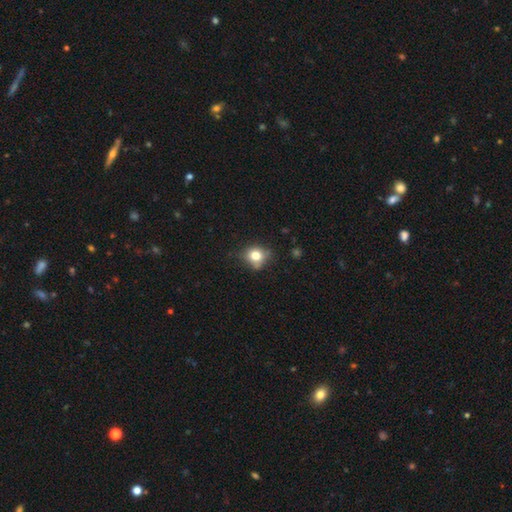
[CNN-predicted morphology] Smooth or featured: smooth — 76% (star or artifact — 12%)
How rounded: round — 72% (in between — 27%)
Merging: none — 65% (minor disturbance — 24%)